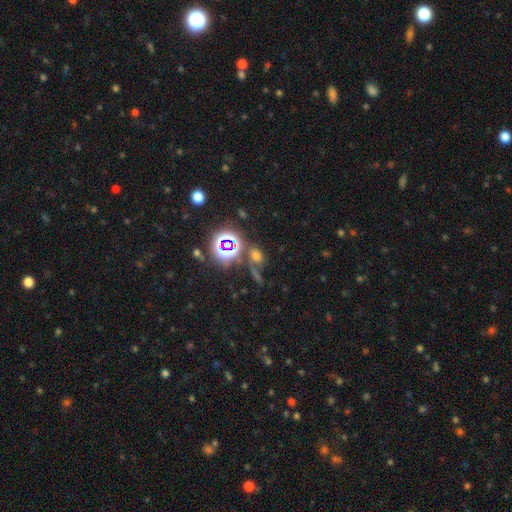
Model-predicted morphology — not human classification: Smooth or featured? smooth (46%)
Merging? none (57%)